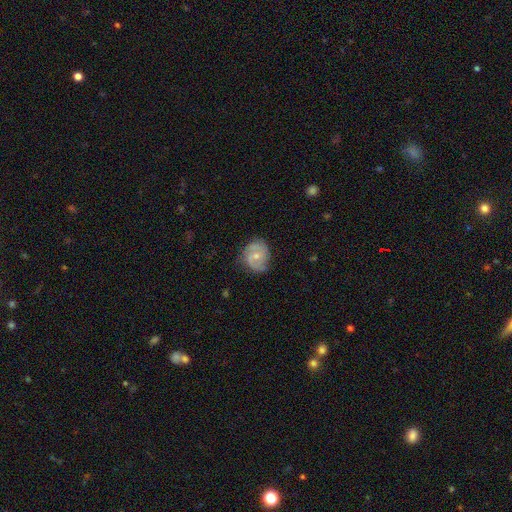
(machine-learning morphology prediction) Q: Smooth or featured?
A: featured or disk (73%); runner-up: smooth (21%)
Q: Edge-on disk?
A: no (98%); runner-up: yes (2%)
Q: Bar?
A: no (57%); runner-up: weak (37%)
Q: Spiral arms?
A: yes (91%); runner-up: no (9%)
Q: Spiral winding?
A: medium (45%); runner-up: tight (39%)
Q: Spiral arm count?
A: 2 (71%); runner-up: can't tell (13%)
Q: Bulge size?
A: small (49%); runner-up: moderate (48%)
Q: Merging?
A: none (71%); runner-up: minor disturbance (21%)